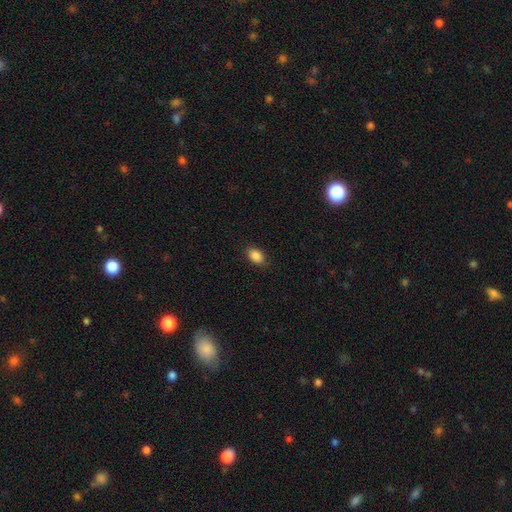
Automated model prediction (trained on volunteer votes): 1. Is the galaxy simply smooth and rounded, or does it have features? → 88% smooth, 8% star or artifact, 4% featured or disk.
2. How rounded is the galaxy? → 86% in between, 12% round, 2% cigar-shaped.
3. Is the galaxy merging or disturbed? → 85% none, 12% minor disturbance, 3% major disturbance, 1% merger.